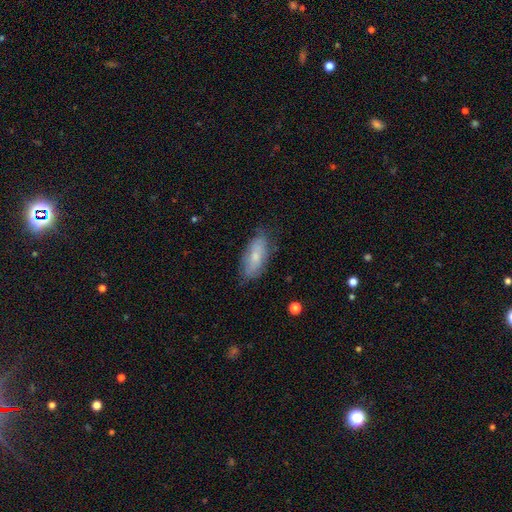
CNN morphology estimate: Smooth or featured?
  - smooth: 64% *
  - featured or disk: 29%
  - star or artifact: 7%
How rounded?
  - in between: 83% *
  - cigar-shaped: 14%
  - round: 2%
Merging?
  - none: 71% *
  - minor disturbance: 22%
  - major disturbance: 5%
  - merger: 1%